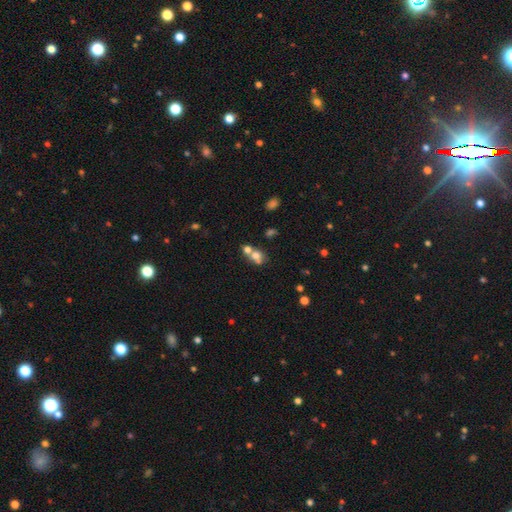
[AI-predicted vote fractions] Smooth or featured? Predicted: smooth (p=0.66). How rounded? Predicted: round (p=0.60). Merging? Predicted: merger (p=0.59).